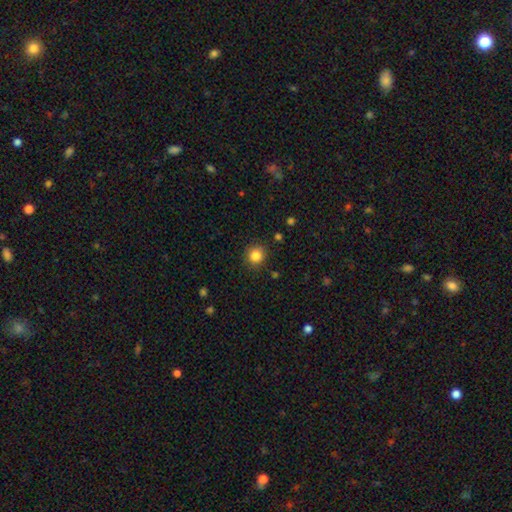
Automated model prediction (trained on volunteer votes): Smooth or featured? Predicted: smooth (p=0.84). How rounded? Predicted: round (p=0.92). Merging? Predicted: none (p=0.89).